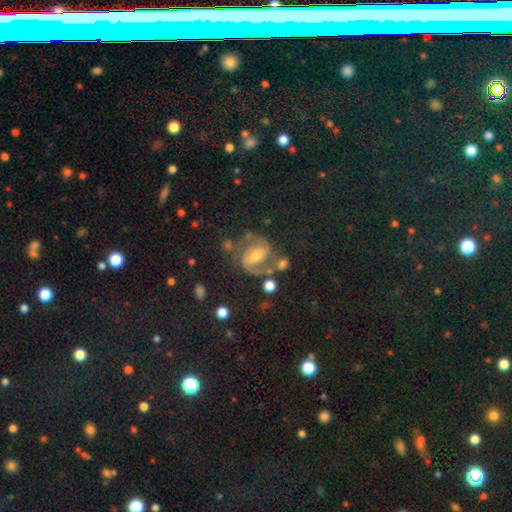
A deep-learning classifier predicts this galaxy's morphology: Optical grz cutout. It shows a featured or disk galaxy (81%) with a weak bar (43%), 2 (90%) medium (57%) spiral arms (94%) and a moderate central bulge (58%). Merging: none (65%).